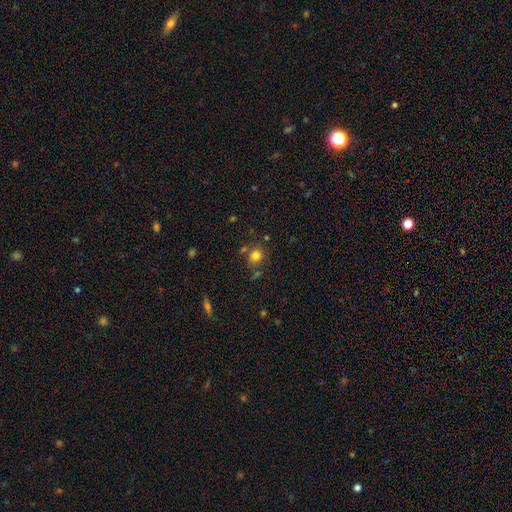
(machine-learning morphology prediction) Smooth or featured: smooth — 79% (star or artifact — 13%)
How rounded: round — 75% (in between — 24%)
Merging: none — 71% (minor disturbance — 14%)